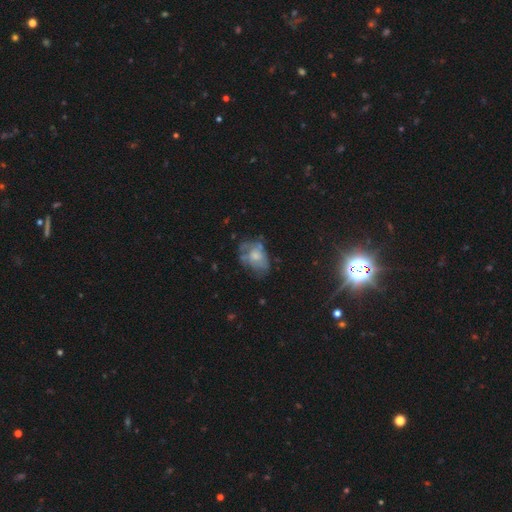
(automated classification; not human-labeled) This appears to be a featured or disk galaxy (52%) with no bar (83%), no spiral arms (57%) and a moderate central bulge (41%). Merging: none (46%).